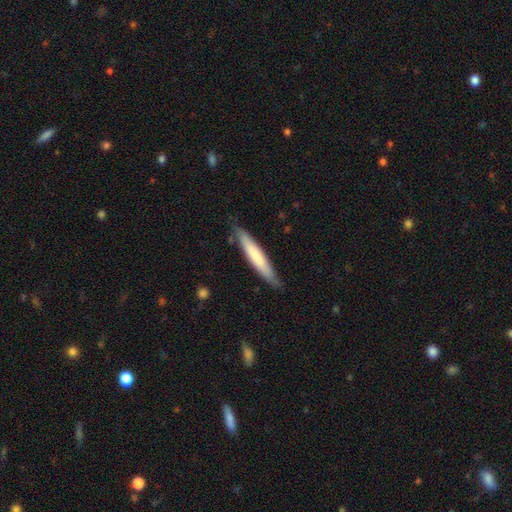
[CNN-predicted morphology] type=smooth (68%); roundness=cigar-shaped (92%); merging=none (83%).